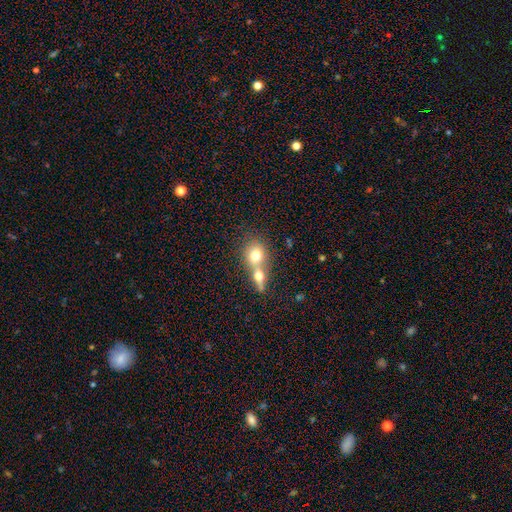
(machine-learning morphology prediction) Smooth or featured?
  - smooth: 69% *
  - featured or disk: 21%
  - star or artifact: 9%
How rounded?
  - round: 68% *
  - in between: 30%
  - cigar-shaped: 2%
Merging?
  - merger: 63% *
  - none: 28%
  - minor disturbance: 6%
  - major disturbance: 3%